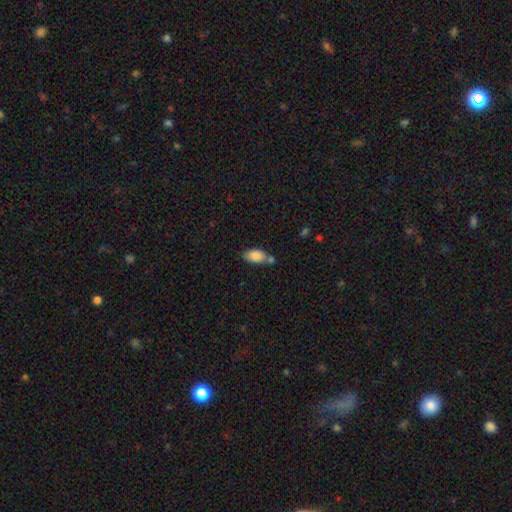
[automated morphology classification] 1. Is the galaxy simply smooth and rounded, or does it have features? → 86% smooth, 7% star or artifact, 7% featured or disk.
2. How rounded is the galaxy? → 91% in between, 6% cigar-shaped, 4% round.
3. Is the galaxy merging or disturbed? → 51% none, 26% merger, 18% minor disturbance, 5% major disturbance.